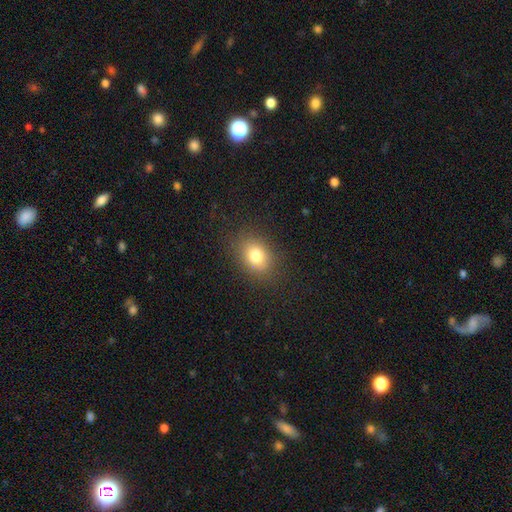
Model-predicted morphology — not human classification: A smooth galaxy with no disk features (79%) that is in between round and cigar-shaped (61%).

Vote fractions:
- Smooth or featured? smooth: 79% / star or artifact: 12% / featured or disk: 10%
- How rounded? in between: 61% / round: 38% / cigar-shaped: 1%
- Merging? none: 84% / minor disturbance: 11% / major disturbance: 4% / merger: 1%